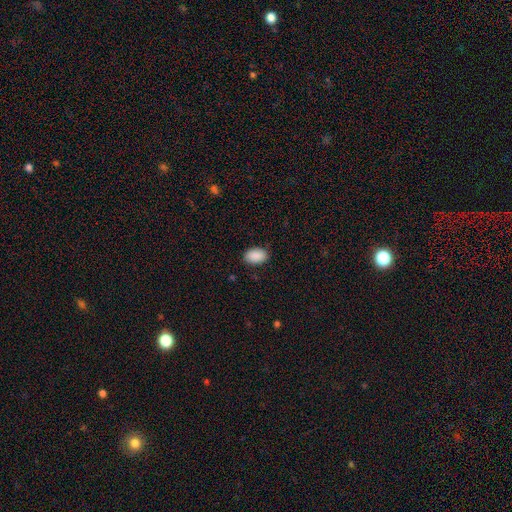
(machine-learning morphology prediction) smooth-or-featured: smooth: 91% | star or artifact: 7% | featured or disk: 2%
  how-rounded: in between: 91% | round: 8% | cigar-shaped: 1%
  merging: none: 87% | minor disturbance: 10% | major disturbance: 2% | merger: 1%